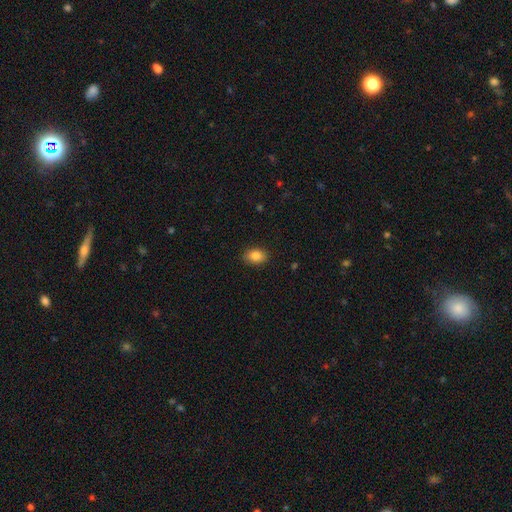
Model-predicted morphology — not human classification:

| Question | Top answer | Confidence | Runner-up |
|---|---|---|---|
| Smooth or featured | smooth | 86% | star or artifact (9%) |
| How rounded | in between | 78% | round (20%) |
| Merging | none | 88% | minor disturbance (9%) |